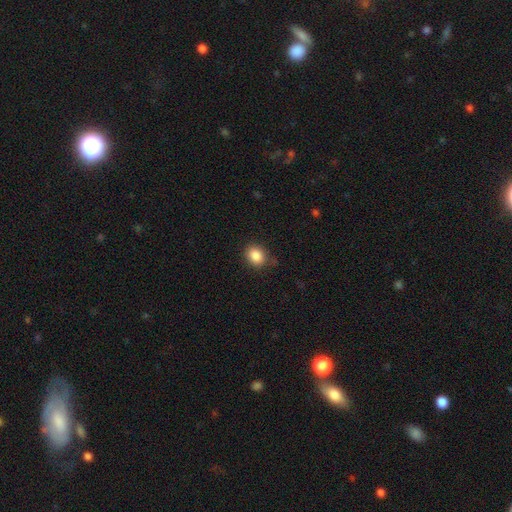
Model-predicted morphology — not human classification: smooth 87%, star or artifact 9%, featured or disk 4%. Down the decision tree: how rounded — round (52%); merging — none (80%).